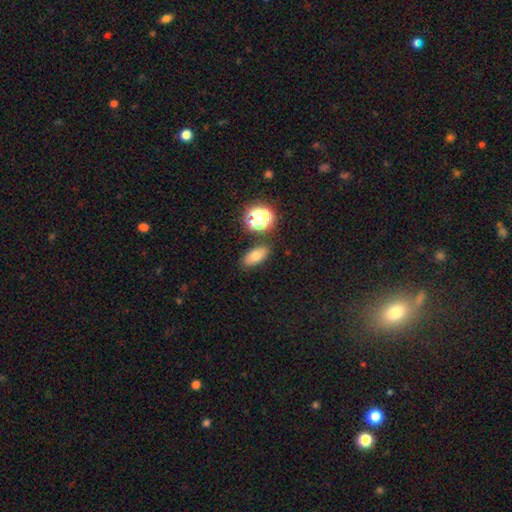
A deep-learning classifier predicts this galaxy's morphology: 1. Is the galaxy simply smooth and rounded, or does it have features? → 68% smooth, 18% star or artifact, 14% featured or disk.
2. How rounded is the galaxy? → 81% in between, 13% round, 6% cigar-shaped.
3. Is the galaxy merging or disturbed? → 83% none, 10% minor disturbance, 4% merger, 3% major disturbance.